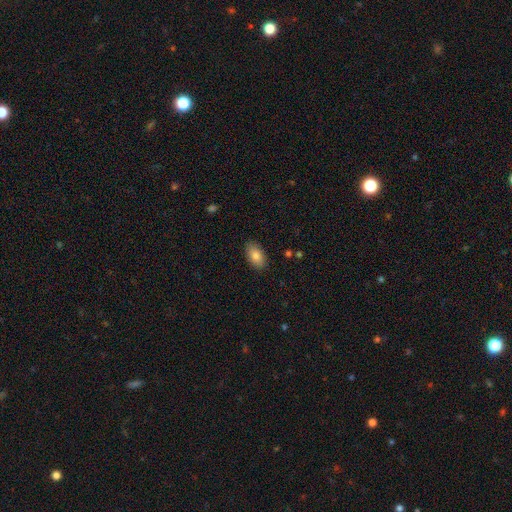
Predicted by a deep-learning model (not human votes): smooth 84%, featured or disk 9%, star or artifact 7%. Down the decision tree: how rounded — in between (93%); merging — none (88%).